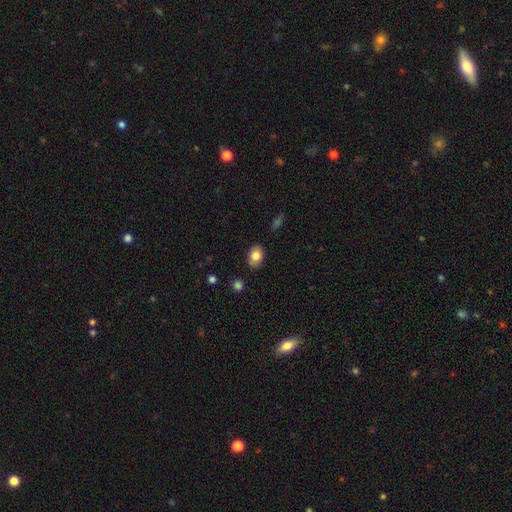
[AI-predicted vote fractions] Smooth or featured: smooth — 82% (featured or disk — 10%)
How rounded: in between — 83% (round — 16%)
Merging: none — 86% (minor disturbance — 11%)